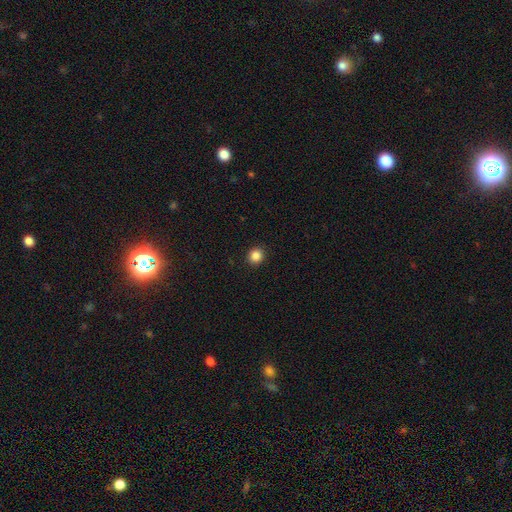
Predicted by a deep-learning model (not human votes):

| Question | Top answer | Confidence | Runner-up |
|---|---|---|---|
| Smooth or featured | smooth | 86% | star or artifact (11%) |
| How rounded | round | 89% | in between (10%) |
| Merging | none | 93% | minor disturbance (5%) |